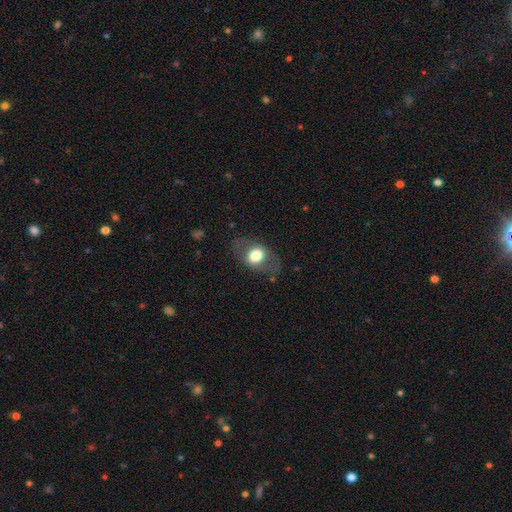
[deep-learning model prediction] This appears to be a smooth galaxy with no disk features (64%) that is in between round and cigar-shaped (70%). Merging: none (74%).